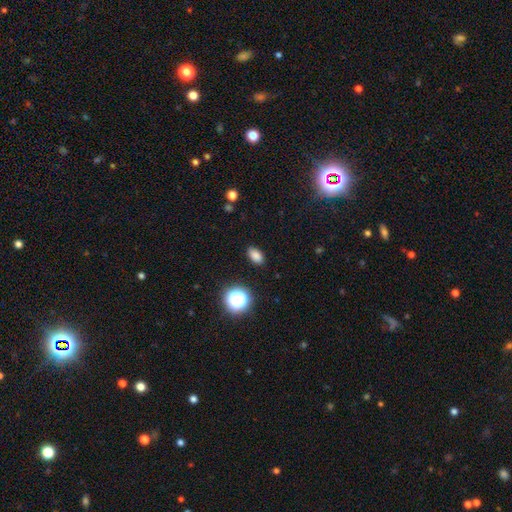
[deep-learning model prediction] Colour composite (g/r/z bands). It shows a smooth galaxy with no disk features (82%) that is in between round and cigar-shaped (86%). Merging: none (88%).